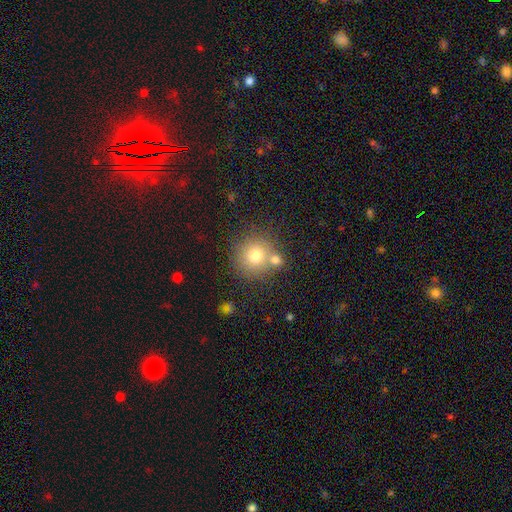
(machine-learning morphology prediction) Smooth or featured: smooth — 75% (featured or disk — 13%)
How rounded: round — 92% (in between — 7%)
Merging: none — 62% (merger — 24%)